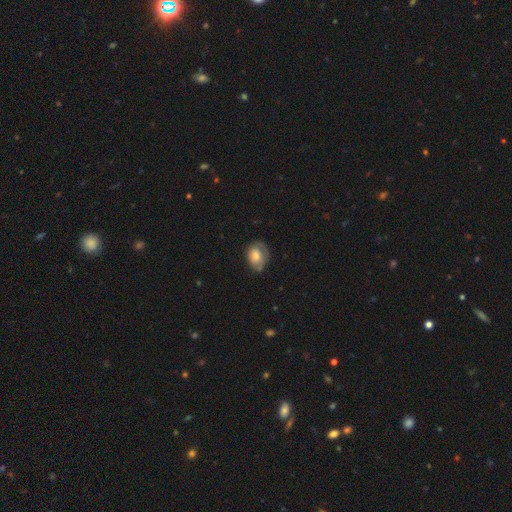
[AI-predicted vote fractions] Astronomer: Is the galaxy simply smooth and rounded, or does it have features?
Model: smooth — 61%.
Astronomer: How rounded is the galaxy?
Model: in between — 63%.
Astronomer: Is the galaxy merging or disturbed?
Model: none — 54% (runner-up: minor disturbance, 31%).